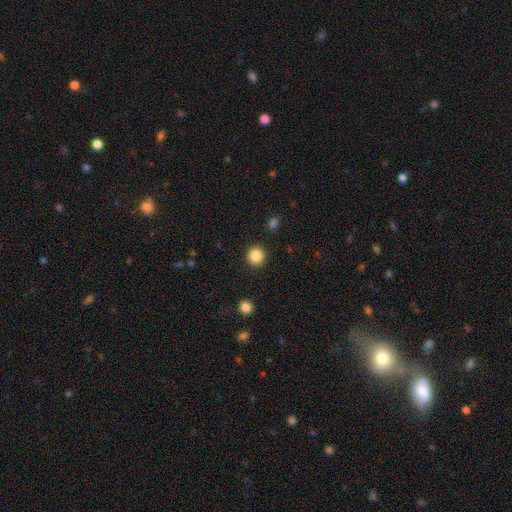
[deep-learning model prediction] A smooth galaxy with no disk features (86%) that is round (92%). Merging: none (91%).